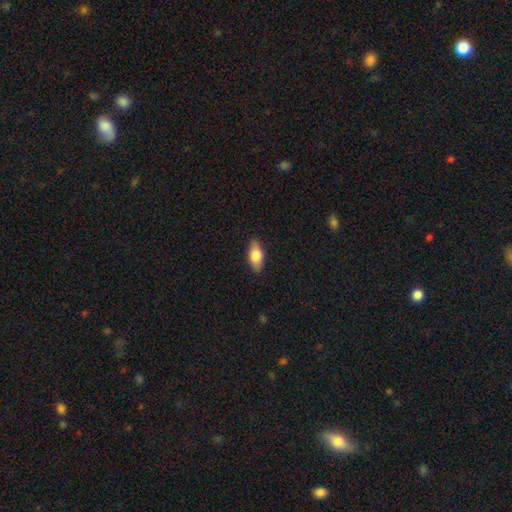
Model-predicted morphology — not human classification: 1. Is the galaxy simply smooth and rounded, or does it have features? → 73% smooth, 21% featured or disk, 6% star or artifact.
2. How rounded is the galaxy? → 85% in between, 11% cigar-shaped, 4% round.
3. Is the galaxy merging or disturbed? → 86% none, 11% minor disturbance, 2% major disturbance, 1% merger.